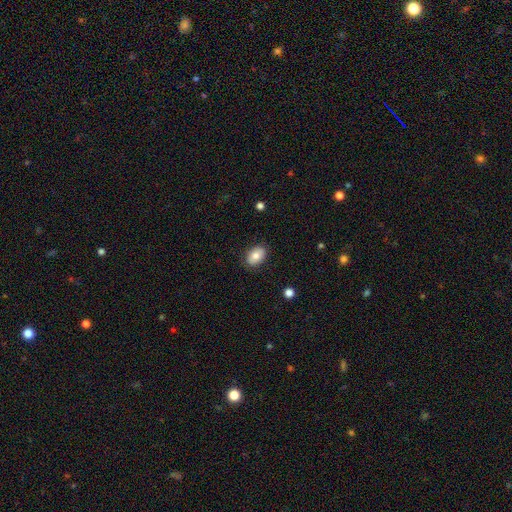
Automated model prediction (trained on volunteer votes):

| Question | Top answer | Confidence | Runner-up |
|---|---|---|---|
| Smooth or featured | smooth | 79% | featured or disk (13%) |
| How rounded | in between | 84% | round (15%) |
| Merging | none | 84% | minor disturbance (12%) |